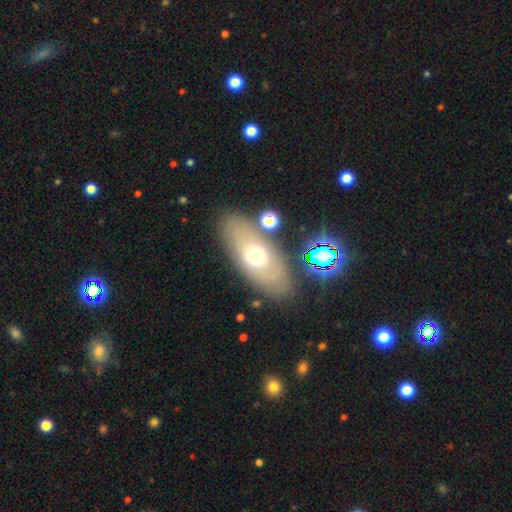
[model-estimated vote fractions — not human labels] Smooth or featured? Predicted: smooth (p=0.59). How rounded? Predicted: in between (p=0.83). Merging? Predicted: none (p=0.80).